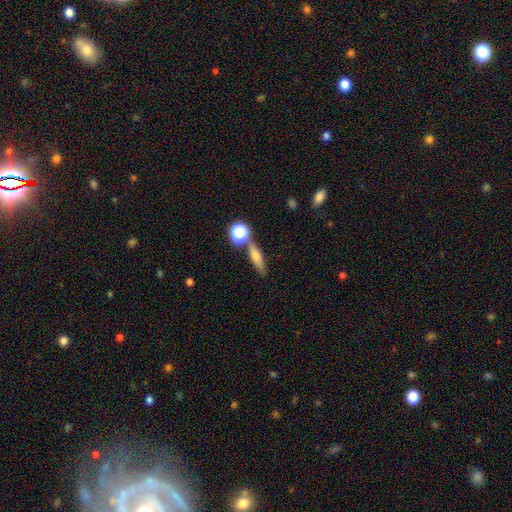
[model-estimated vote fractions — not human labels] smooth 68%, featured or disk 20%, star or artifact 13%. Down the decision tree: how rounded — cigar-shaped (53%); merging — none (66%).